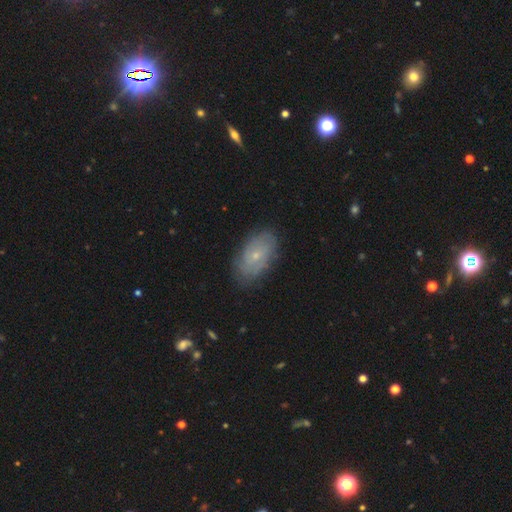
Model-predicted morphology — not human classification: Q: Smooth or featured?
A: smooth (49%); runner-up: featured or disk (43%)
Q: Merging?
A: none (80%); runner-up: minor disturbance (15%)